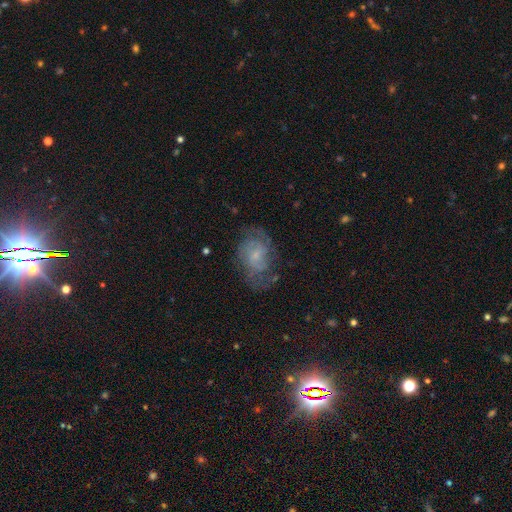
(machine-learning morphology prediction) Q: Smooth or featured?
A: featured or disk (68%); runner-up: smooth (23%)
Q: Edge-on disk?
A: no (97%); runner-up: yes (3%)
Q: Bar?
A: no (62%); runner-up: weak (33%)
Q: Spiral arms?
A: yes (85%); runner-up: no (15%)
Q: Spiral winding?
A: medium (44%); runner-up: tight (37%)
Q: Spiral arm count?
A: 2 (42%); runner-up: can't tell (34%)
Q: Bulge size?
A: small (67%); runner-up: moderate (19%)
Q: Merging?
A: none (57%); runner-up: minor disturbance (23%)